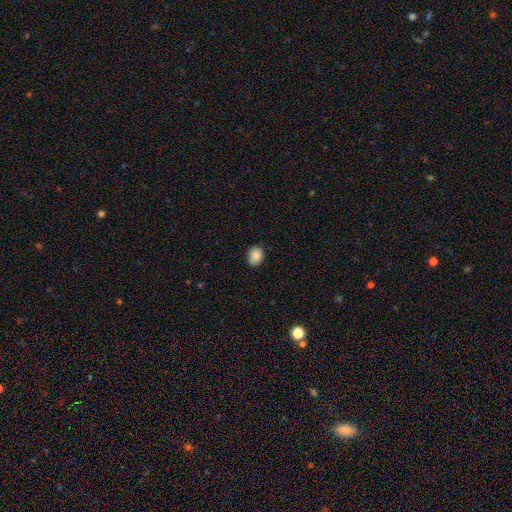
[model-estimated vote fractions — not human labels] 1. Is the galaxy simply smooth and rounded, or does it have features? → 88% smooth, 8% star or artifact, 4% featured or disk.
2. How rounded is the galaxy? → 62% in between, 37% round, 1% cigar-shaped.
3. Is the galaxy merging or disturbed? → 87% none, 10% minor disturbance, 2% major disturbance, 1% merger.